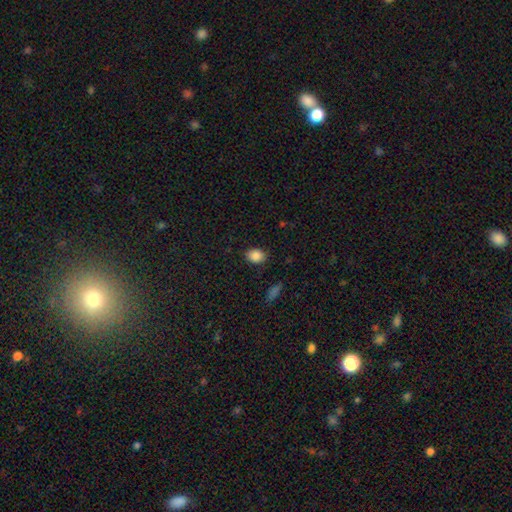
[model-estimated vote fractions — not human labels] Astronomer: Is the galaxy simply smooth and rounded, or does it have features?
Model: smooth — 87%.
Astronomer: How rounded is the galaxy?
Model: in between — 57% (runner-up: round, 41%).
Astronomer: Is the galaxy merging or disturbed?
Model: none — 86%.